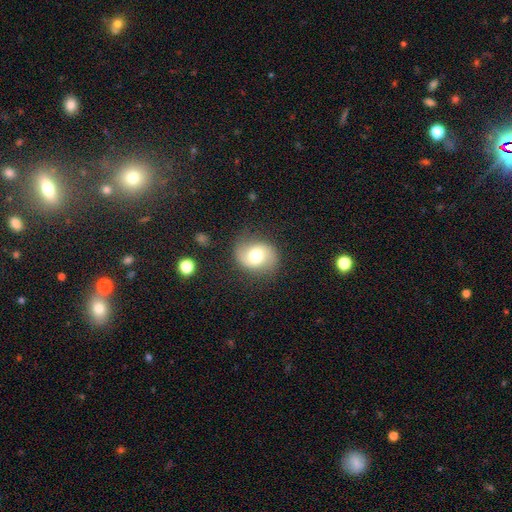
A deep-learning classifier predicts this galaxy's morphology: Smooth or featured? featured or disk (56%)
Edge-on disk? no (97%)
Bar? no (61%)
Spiral arms? yes (85%)
Bulge size? moderate (71%)
Merging? none (77%)